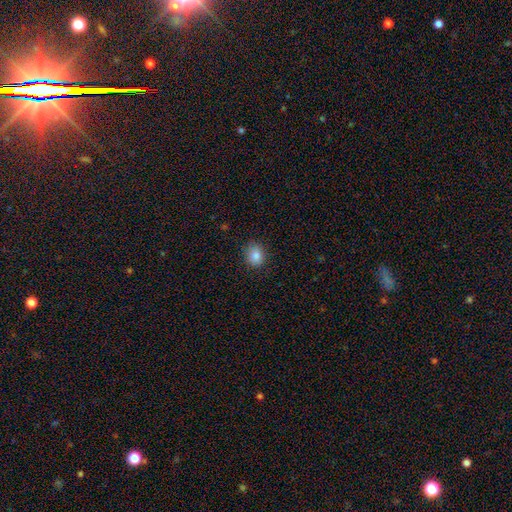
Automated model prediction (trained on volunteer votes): smooth-or-featured: smooth: 85% | star or artifact: 10% | featured or disk: 5%
  how-rounded: round: 60% | in between: 39% | cigar-shaped: 1%
  merging: none: 81% | minor disturbance: 15% | major disturbance: 3% | merger: 1%